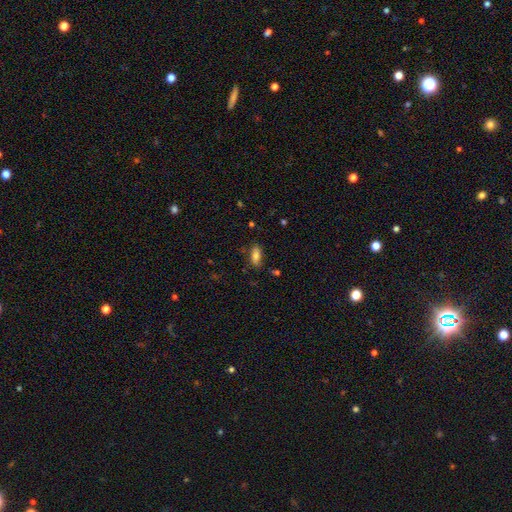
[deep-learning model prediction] Smooth or featured?
  - smooth: 77% *
  - featured or disk: 14%
  - star or artifact: 9%
How rounded?
  - in between: 79% *
  - cigar-shaped: 18%
  - round: 3%
Merging?
  - none: 77% *
  - minor disturbance: 16%
  - major disturbance: 4%
  - merger: 3%